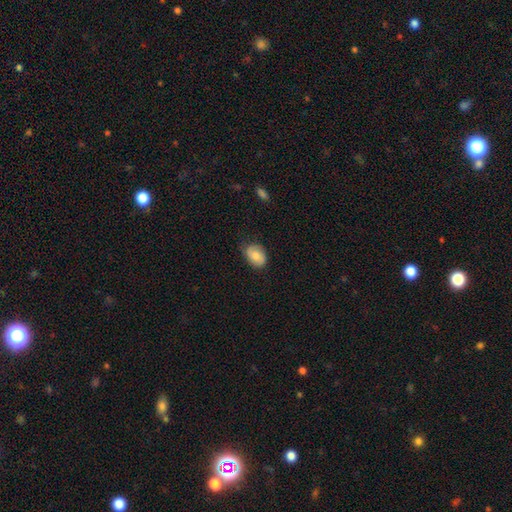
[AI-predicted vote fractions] Morphology: type=smooth (70%); roundness=in between (74%); merging=none (69%).